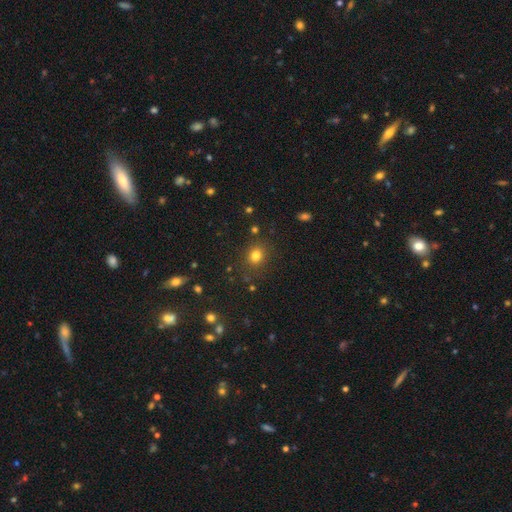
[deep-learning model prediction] smooth-or-featured: smooth: 78% | star or artifact: 16% | featured or disk: 7%
  how-rounded: round: 70% | in between: 29% | cigar-shaped: 1%
  merging: none: 84% | minor disturbance: 10% | major disturbance: 4% | merger: 3%